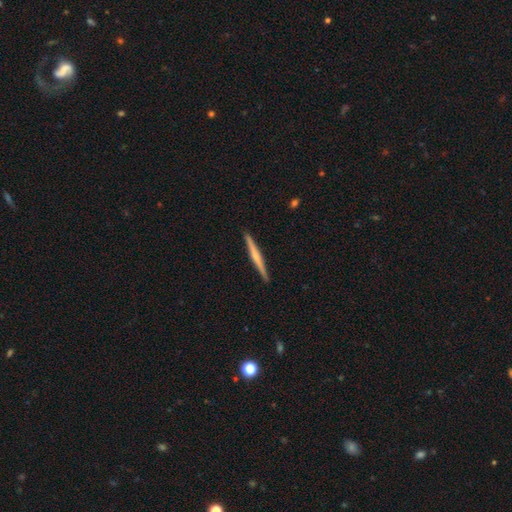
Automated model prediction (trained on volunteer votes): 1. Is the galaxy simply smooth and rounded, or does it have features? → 59% featured or disk, 35% smooth, 5% star or artifact.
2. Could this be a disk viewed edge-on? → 98% yes, 2% no.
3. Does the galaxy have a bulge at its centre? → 50% rounded, 40% none, 10% boxy.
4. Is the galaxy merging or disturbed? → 92% none, 6% minor disturbance, 1% major disturbance, 1% merger.